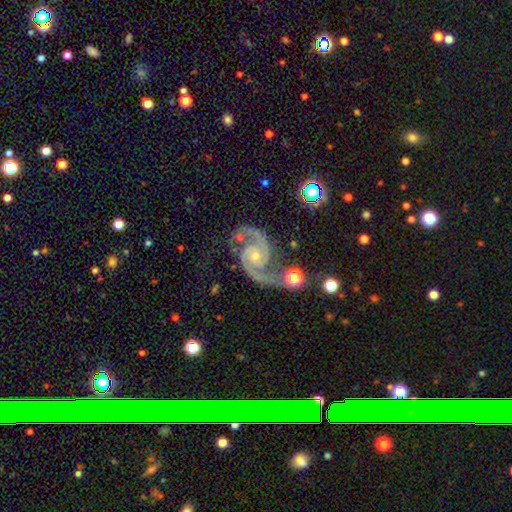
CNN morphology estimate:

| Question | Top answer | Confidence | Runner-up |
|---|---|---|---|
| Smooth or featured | featured or disk | 93% | star or artifact (5%) |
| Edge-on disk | no | 98% | yes (2%) |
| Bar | no | 68% | weak (24%) |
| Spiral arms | yes | 99% | no (1%) |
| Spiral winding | medium | 63% | tight (25%) |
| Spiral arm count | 2 | 94% | 3 (1%) |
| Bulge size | small | 65% | moderate (31%) |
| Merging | none | 69% | minor disturbance (17%) |